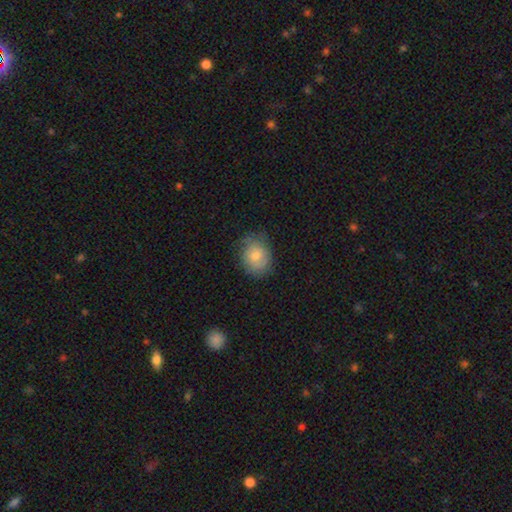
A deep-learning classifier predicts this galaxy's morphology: Smooth or featured? smooth (73%)
How rounded? round (53%)
Merging? none (72%)